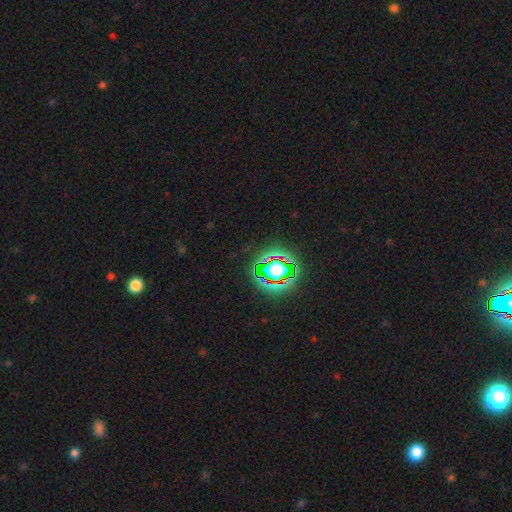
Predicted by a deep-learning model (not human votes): This appears to be a star or artifact, not a galaxy (75%).